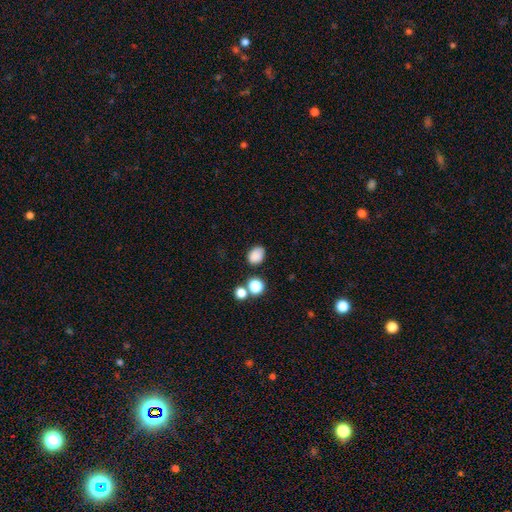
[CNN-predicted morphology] This appears to be a smooth galaxy with no disk features (84%) that is in between round and cigar-shaped (67%). Merging: none (77%).